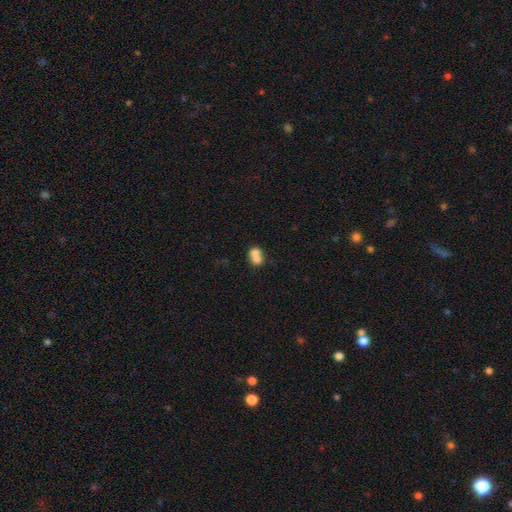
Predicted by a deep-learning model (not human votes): Overall: smooth (71%). How rounded: in between (50%; round 49%). Merging: merger (65%).